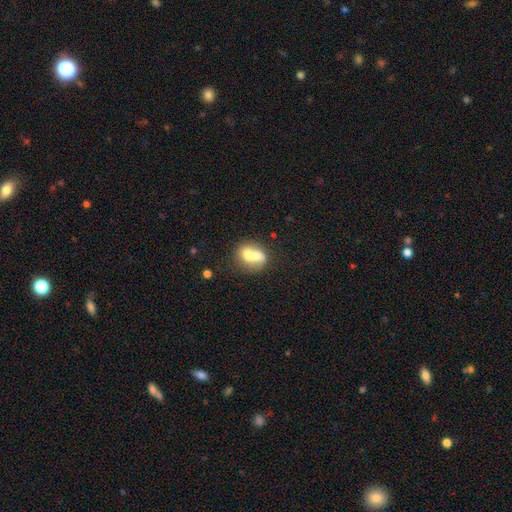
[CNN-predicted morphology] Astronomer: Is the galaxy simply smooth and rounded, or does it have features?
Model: smooth — 65%.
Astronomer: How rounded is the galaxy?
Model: round — 60% (runner-up: in between, 39%).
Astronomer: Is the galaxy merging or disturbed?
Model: merger — 66%.